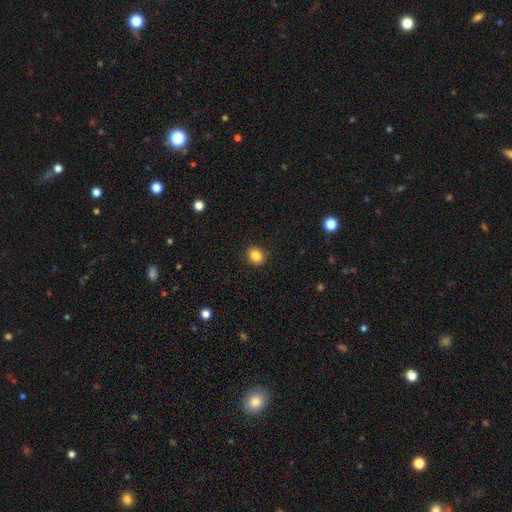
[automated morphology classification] smooth-or-featured: smooth: 85% | star or artifact: 10% | featured or disk: 5%
  how-rounded: round: 60% | in between: 39% | cigar-shaped: 1%
  merging: none: 89% | minor disturbance: 7% | major disturbance: 2% | merger: 1%